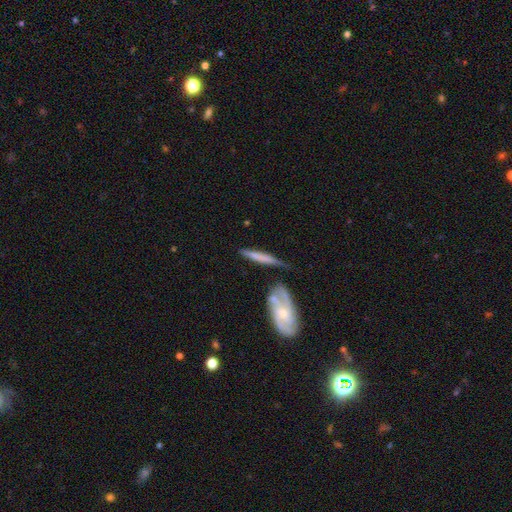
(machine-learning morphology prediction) smooth_or_featured: featured or disk (p=0.48) [alt: smooth p=0.45]
merging: none (p=0.58) [alt: minor disturbance p=0.20]